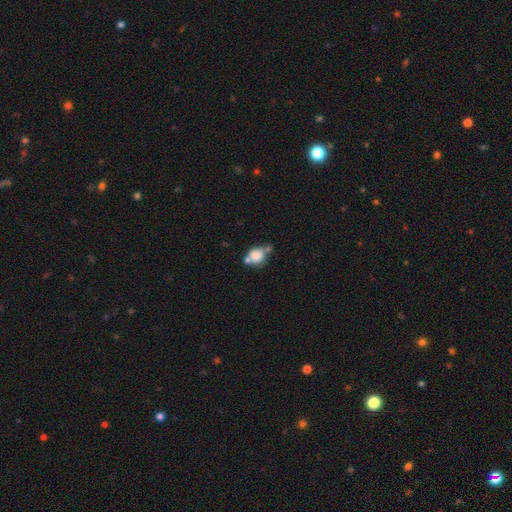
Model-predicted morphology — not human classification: This appears to be a smooth galaxy with no disk features (78%) that is round (66%). Merging: none (41%).